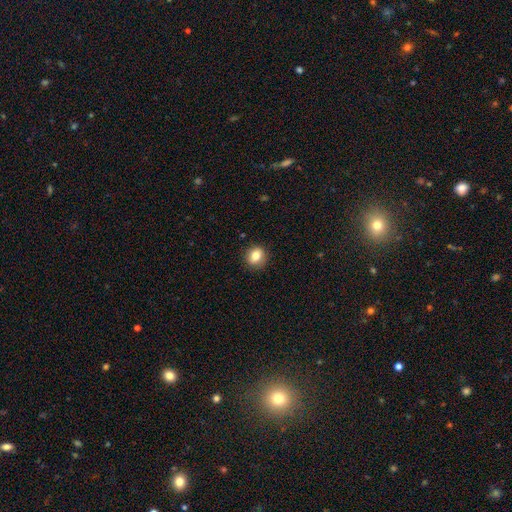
smooth-or-featured: smooth: 79% | featured or disk: 16% | star or artifact: 5%
  how-rounded: round: 70% | in between: 30% | cigar-shaped: 0%
  merging: none: 78% | minor disturbance: 14% | major disturbance: 8% | merger: 0%